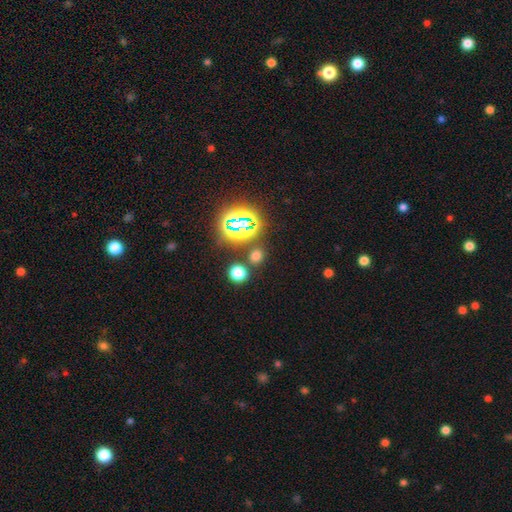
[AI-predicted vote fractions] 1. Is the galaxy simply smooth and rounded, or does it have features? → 58% smooth, 36% star or artifact, 6% featured or disk.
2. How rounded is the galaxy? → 71% round, 27% in between, 2% cigar-shaped.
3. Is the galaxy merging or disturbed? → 79% none, 10% merger, 8% minor disturbance, 4% major disturbance.